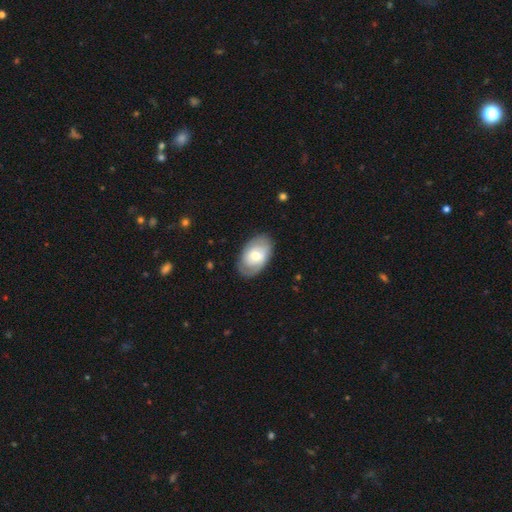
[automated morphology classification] Overall: smooth (51%; featured or disk 43%). How rounded: in between (88%). Merging: none (79%).